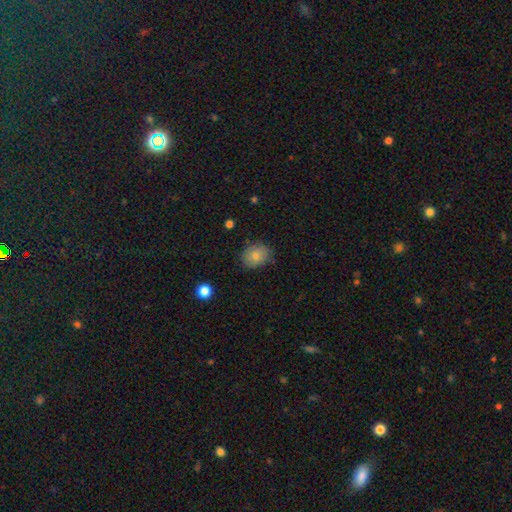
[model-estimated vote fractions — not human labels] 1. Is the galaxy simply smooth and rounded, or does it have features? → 76% smooth, 14% featured or disk, 10% star or artifact.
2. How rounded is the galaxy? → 50% in between, 49% round, 1% cigar-shaped.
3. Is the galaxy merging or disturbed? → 81% none, 15% minor disturbance, 3% major disturbance, 1% merger.